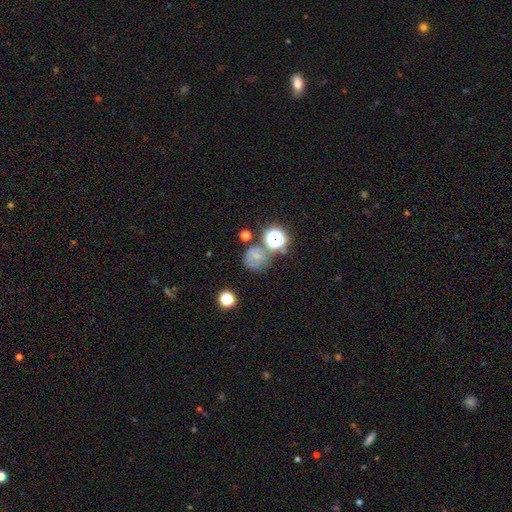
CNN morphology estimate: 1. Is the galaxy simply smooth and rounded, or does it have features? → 56% smooth, 22% featured or disk, 22% star or artifact.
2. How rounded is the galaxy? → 84% round, 15% in between, 1% cigar-shaped.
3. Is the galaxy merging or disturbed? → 56% none, 18% minor disturbance, 15% merger, 11% major disturbance.